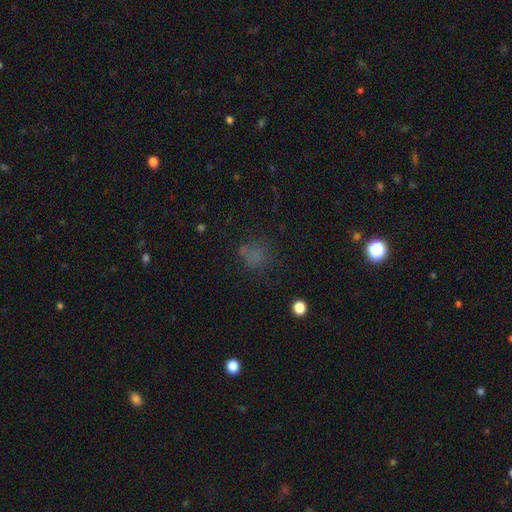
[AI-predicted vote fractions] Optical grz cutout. It shows a smooth galaxy with no disk features (64%) that is round (77%). Merging: none (65%).